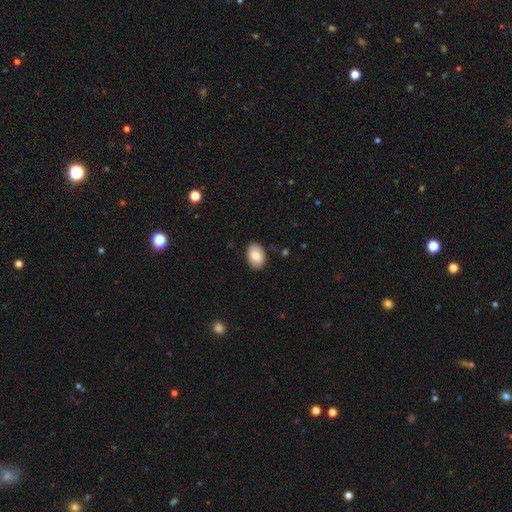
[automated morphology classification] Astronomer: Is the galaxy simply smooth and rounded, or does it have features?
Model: smooth — 81%.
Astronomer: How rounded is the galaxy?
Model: in between — 86%.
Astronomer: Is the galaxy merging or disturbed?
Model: none — 87%.